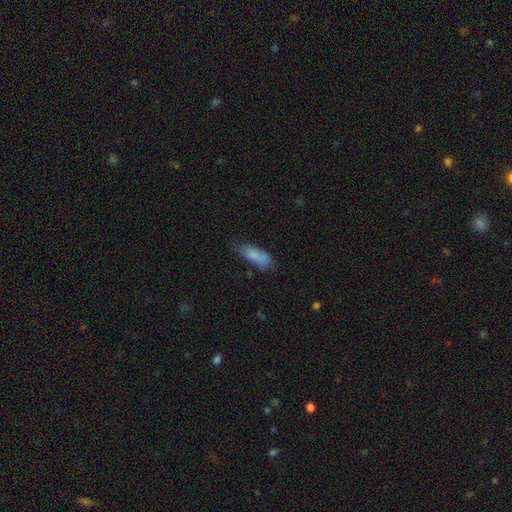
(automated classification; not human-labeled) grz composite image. It shows a smooth galaxy with no disk features (80%) that is in between round and cigar-shaped (70%). Merging: none (54%).